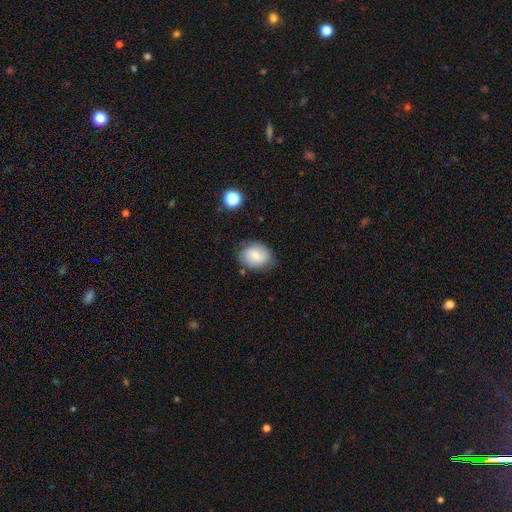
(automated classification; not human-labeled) Morphology: type=smooth (57%); roundness=round (52%); merging=none (75%).